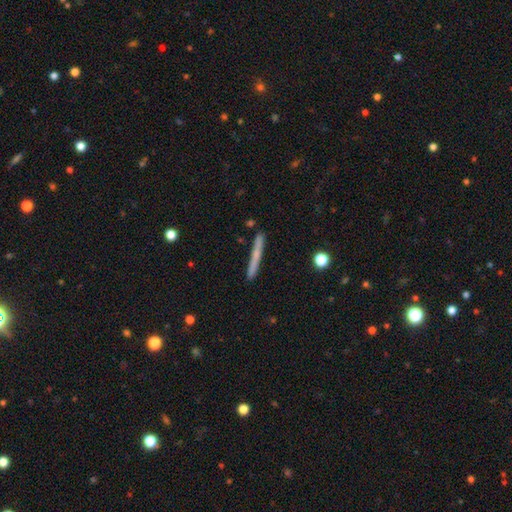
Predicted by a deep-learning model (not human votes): Smooth or featured?
  - smooth: 56% *
  - featured or disk: 38%
  - star or artifact: 7%
How rounded?
  - cigar-shaped: 96% *
  - in between: 2%
  - round: 2%
Merging?
  - none: 88% *
  - minor disturbance: 9%
  - merger: 2%
  - major disturbance: 2%